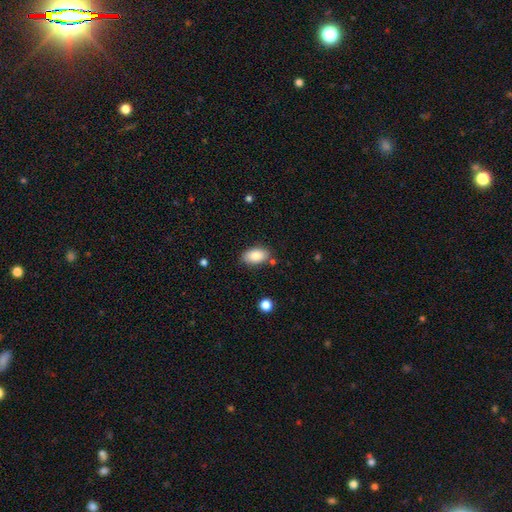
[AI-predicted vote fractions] A smooth galaxy with no disk features (85%) that is in between round and cigar-shaped (93%).

Vote fractions:
- Smooth or featured? smooth: 85% / featured or disk: 8% / star or artifact: 7%
- How rounded? in between: 93% / round: 5% / cigar-shaped: 2%
- Merging? none: 81% / minor disturbance: 13% / merger: 3% / major disturbance: 3%